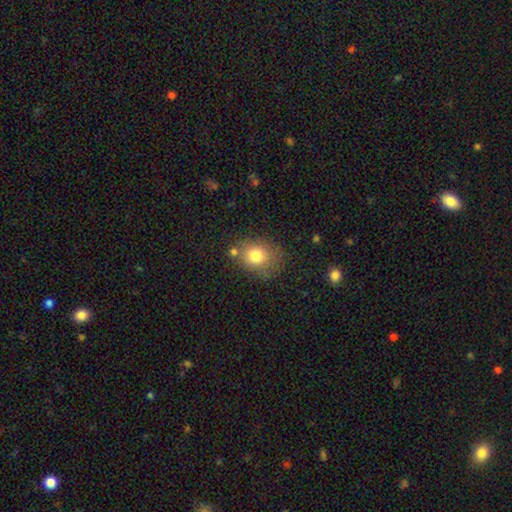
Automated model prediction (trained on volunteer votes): Overall: smooth (78%). How rounded: round (54%; in between 45%). Merging: none (68%).